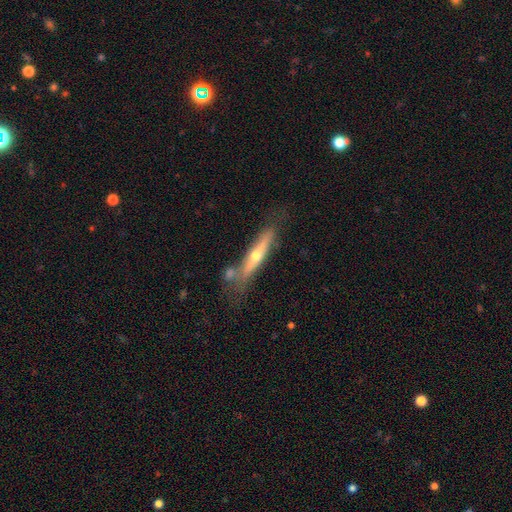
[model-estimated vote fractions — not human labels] This is likely a featured or disk galaxy (62%). It is clearly viewed edge-on (86%). Edge-on bulge: clearly rounded (88%). Merging: likely none (61%).